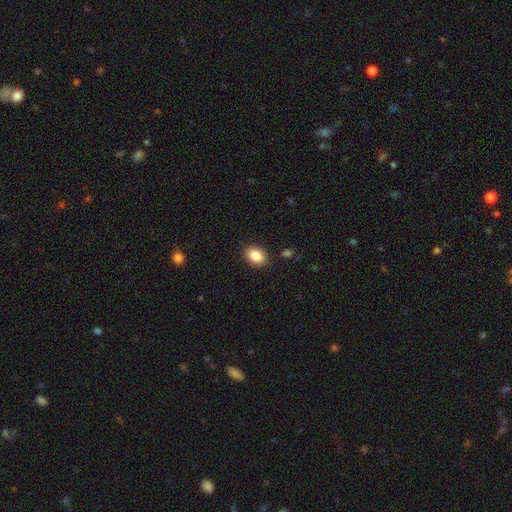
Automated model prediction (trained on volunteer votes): smooth 87%, star or artifact 8%, featured or disk 5%. Down the decision tree: how rounded — in between (75%); merging — none (89%).